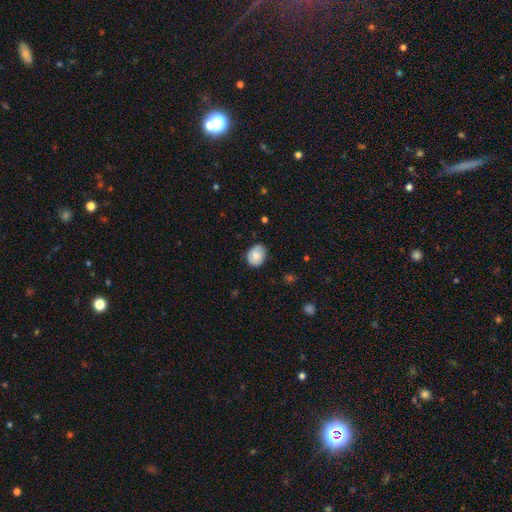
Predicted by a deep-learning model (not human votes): Smooth or featured? Predicted: smooth (p=0.76). How rounded? Predicted: in between (p=0.52). Merging? Predicted: none (p=0.72).